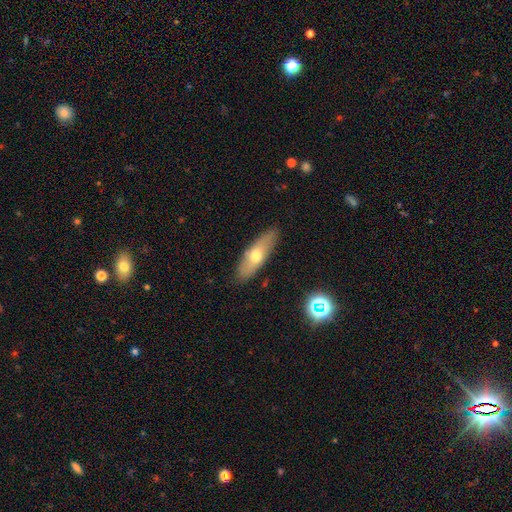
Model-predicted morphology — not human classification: Overall: smooth (58%; featured or disk 35%). How rounded: in between (56%; cigar-shaped 41%). Merging: none (85%).